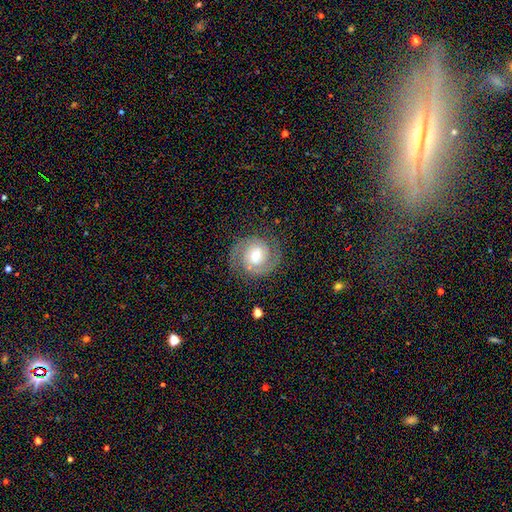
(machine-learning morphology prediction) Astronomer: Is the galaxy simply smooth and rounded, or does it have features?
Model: featured or disk — 83%.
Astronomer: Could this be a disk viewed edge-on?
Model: no — 98%.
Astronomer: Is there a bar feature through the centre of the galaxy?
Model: weak — 51% (runner-up: no, 33%).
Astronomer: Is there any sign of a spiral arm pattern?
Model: yes — 96%.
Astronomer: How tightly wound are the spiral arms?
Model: tight — 54% (runner-up: medium, 39%).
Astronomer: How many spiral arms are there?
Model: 2 — 88%.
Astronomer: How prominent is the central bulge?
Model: moderate — 60%.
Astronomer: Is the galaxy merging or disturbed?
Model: none — 81%.